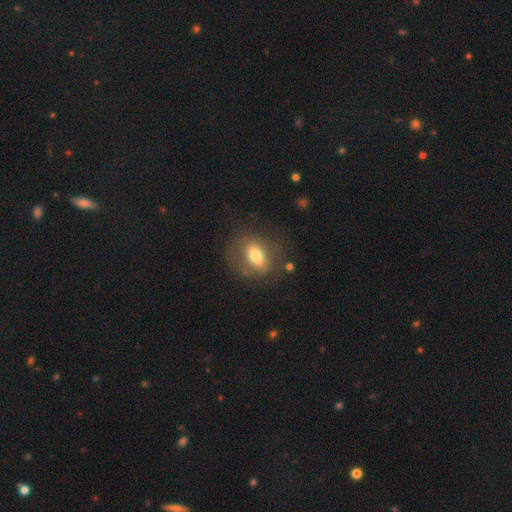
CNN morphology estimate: smooth 61%, featured or disk 31%, star or artifact 8%. Down the decision tree: how rounded — in between (71%); merging — none (69%).